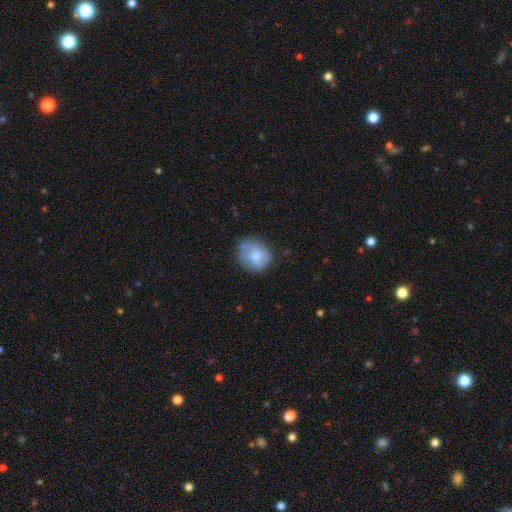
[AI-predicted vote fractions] A smooth galaxy with no disk features (71%) that is round (68%). Merging: none (57%).